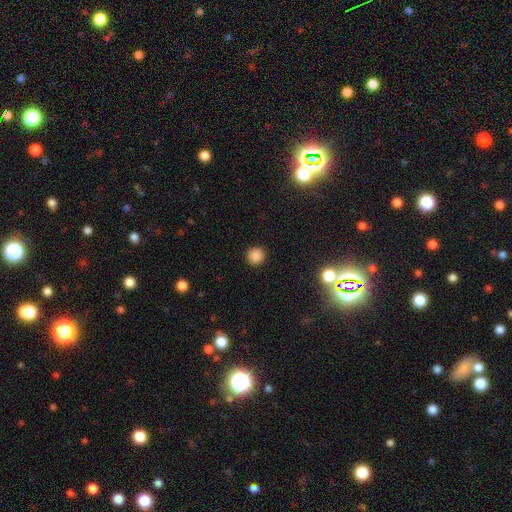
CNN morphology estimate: This appears to be a smooth galaxy with no disk features (85%) that is round (94%). Merging: none (91%).